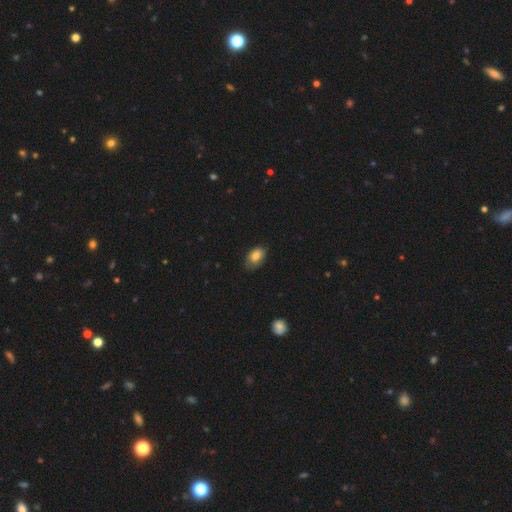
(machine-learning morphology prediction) Smooth or featured?
  - smooth: 81% *
  - featured or disk: 11%
  - star or artifact: 8%
How rounded?
  - in between: 88% *
  - round: 11%
  - cigar-shaped: 1%
Merging?
  - none: 69% *
  - minor disturbance: 26%
  - major disturbance: 4%
  - merger: 1%